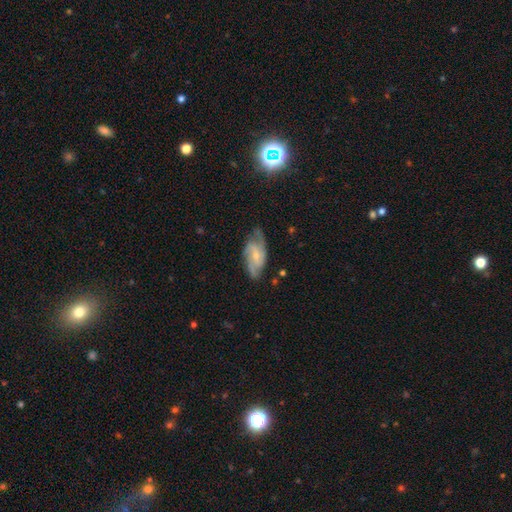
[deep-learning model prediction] Smooth or featured? Predicted: featured or disk (p=0.79). Edge-on disk? Predicted: no (p=0.95). Bar? Predicted: weak (p=0.44). Spiral arms? Predicted: yes (p=0.95). Spiral winding? Predicted: medium (p=0.51). Spiral arm count? Predicted: 2 (p=0.59). Bulge size? Predicted: small (p=0.60). Merging? Predicted: none (p=0.69).